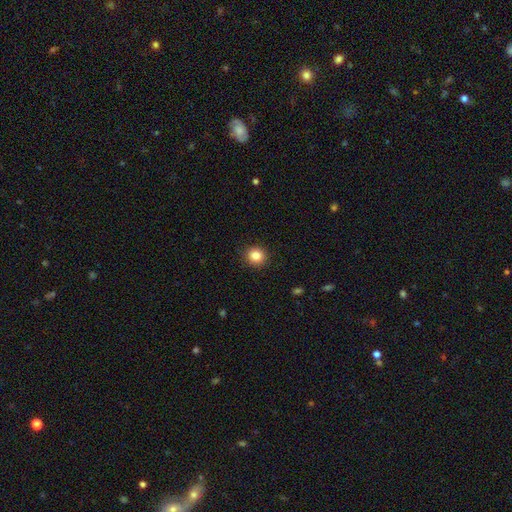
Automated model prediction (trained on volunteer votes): smooth 84%, star or artifact 11%, featured or disk 5%. Down the decision tree: how rounded — round (90%); merging — none (91%).